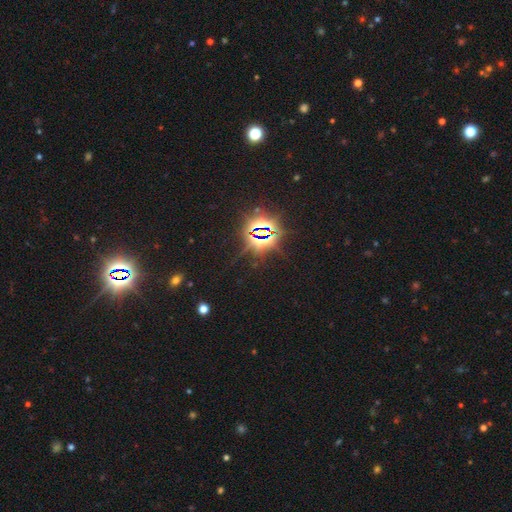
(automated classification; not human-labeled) Smooth or featured?
  - star or artifact: 84% *
  - smooth: 10%
  - featured or disk: 6%